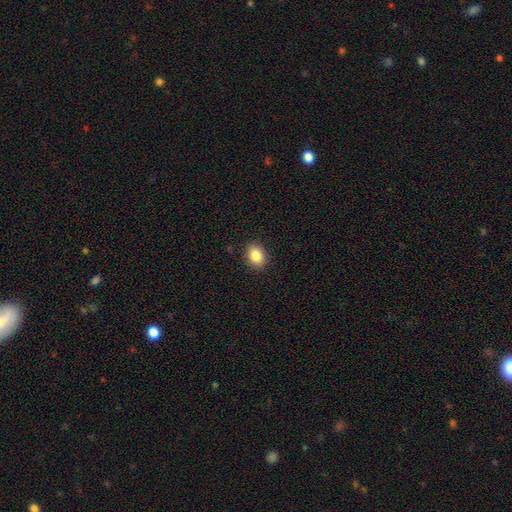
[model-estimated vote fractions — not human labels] Smooth or featured? smooth (86%)
How rounded? in between (67%)
Merging? none (89%)